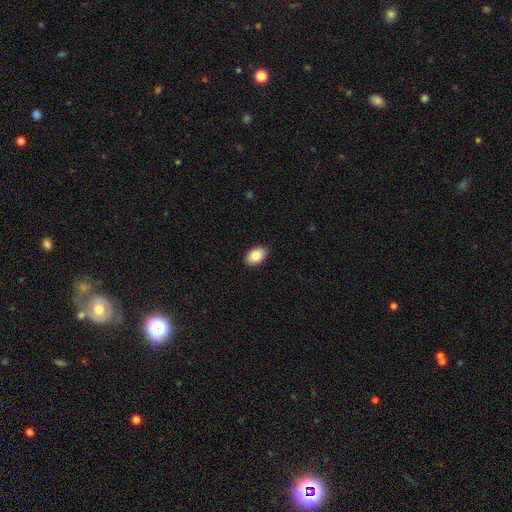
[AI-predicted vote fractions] This is clearly a smooth galaxy (84%). How rounded: clearly in between (86%). Merging: clearly none (89%).